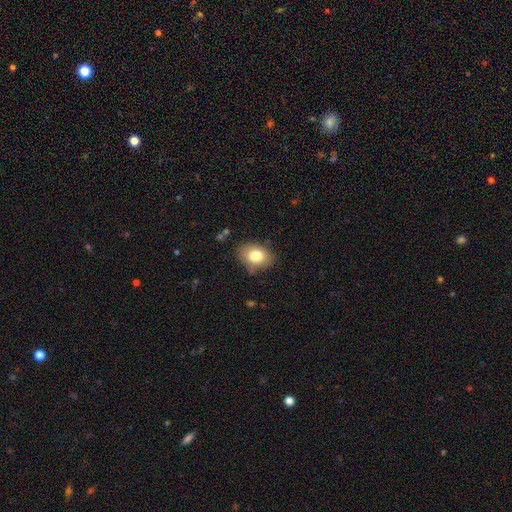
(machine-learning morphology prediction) Smooth or featured: smooth — 79% (featured or disk — 13%)
How rounded: in between — 75% (round — 24%)
Merging: none — 77% (minor disturbance — 17%)